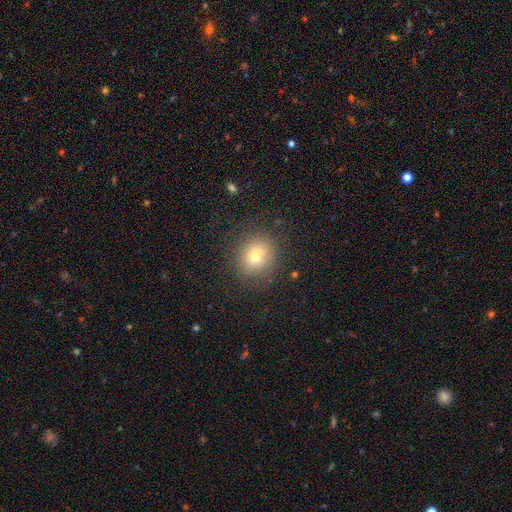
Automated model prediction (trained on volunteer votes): Smooth or featured?
  - smooth: 72% *
  - star or artifact: 15%
  - featured or disk: 13%
How rounded?
  - round: 78% *
  - in between: 21%
  - cigar-shaped: 1%
Merging?
  - none: 85% *
  - minor disturbance: 10%
  - major disturbance: 4%
  - merger: 1%